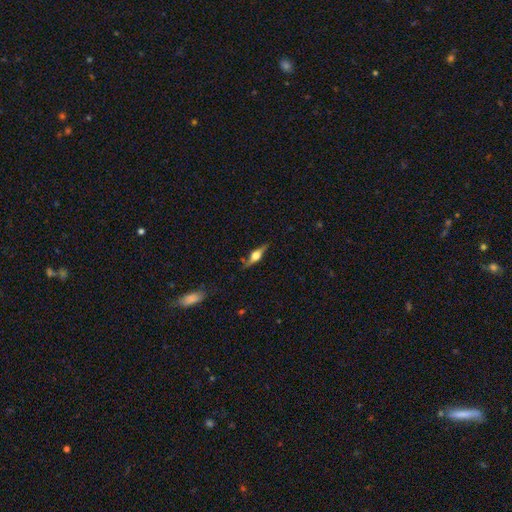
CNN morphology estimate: Smooth or featured: featured or disk — 74% (smooth — 20%)
Edge-on disk: yes — 97% (no — 3%)
Edge-on bulge: rounded — 93% (boxy — 5%)
Merging: none — 85% (minor disturbance — 11%)